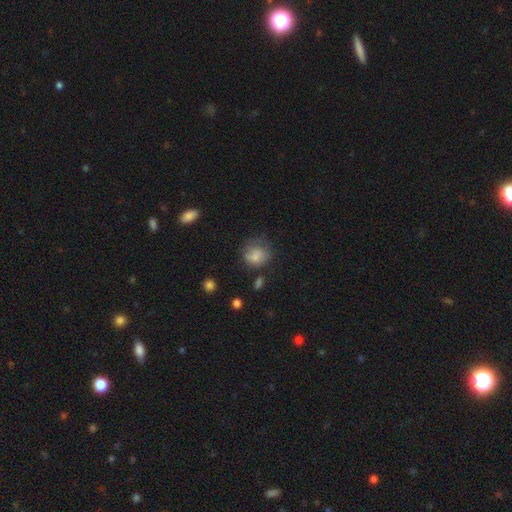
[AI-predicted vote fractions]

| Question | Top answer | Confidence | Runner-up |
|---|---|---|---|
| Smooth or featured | smooth | 72% | featured or disk (17%) |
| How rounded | round | 69% | in between (30%) |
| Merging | none | 47% | minor disturbance (28%) |